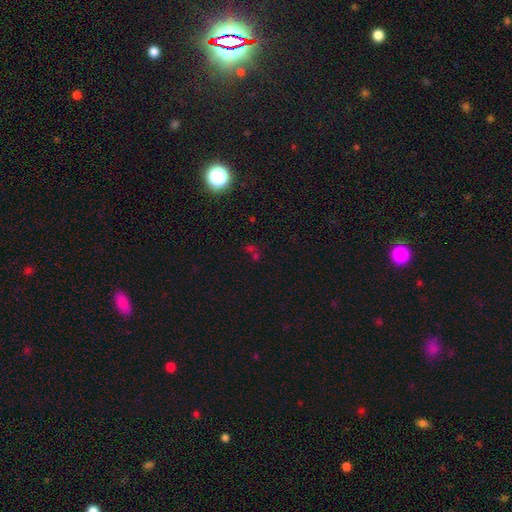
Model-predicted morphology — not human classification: Smooth or featured? star or artifact (50%)